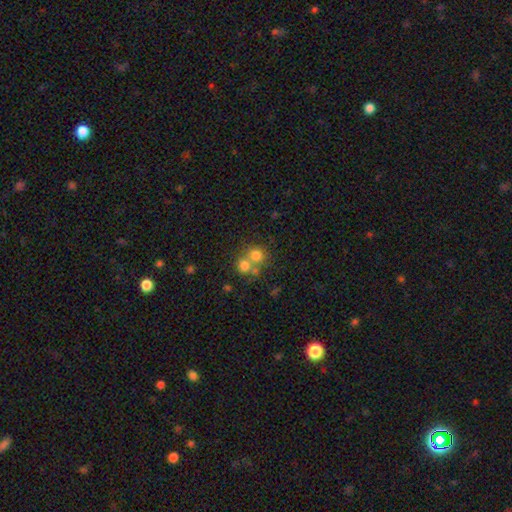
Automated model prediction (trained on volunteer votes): Smooth or featured?
  - smooth: 72% *
  - featured or disk: 14%
  - star or artifact: 14%
How rounded?
  - round: 85% *
  - in between: 14%
  - cigar-shaped: 1%
Merging?
  - merger: 49% *
  - none: 42%
  - minor disturbance: 6%
  - major disturbance: 4%